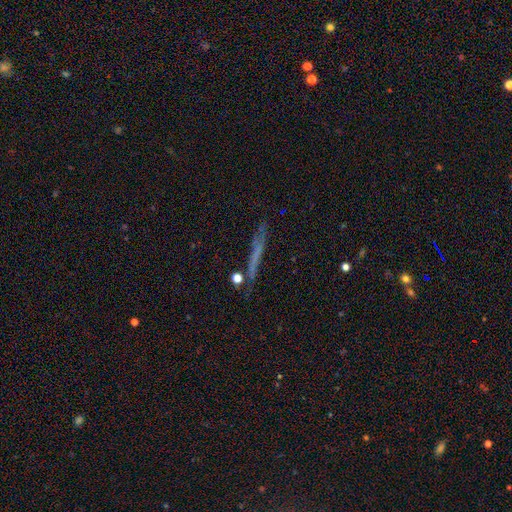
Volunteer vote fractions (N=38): smooth-or-featured: featured or disk: 47% | smooth: 42% | star or artifact: 11%
  disk-edge-on: yes: 89% | no: 11%
    edge-on-bulge: none: 100% | boxy: 0% | rounded: 0%
  merging: none: 59% | minor disturbance: 35% | major disturbance: 3% | merger: 3%